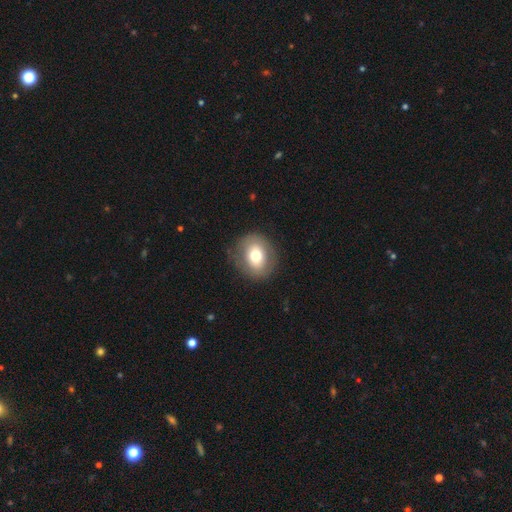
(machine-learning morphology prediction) Smooth or featured: smooth — 69% (featured or disk — 22%)
How rounded: round — 66% (in between — 33%)
Merging: none — 82% (minor disturbance — 12%)